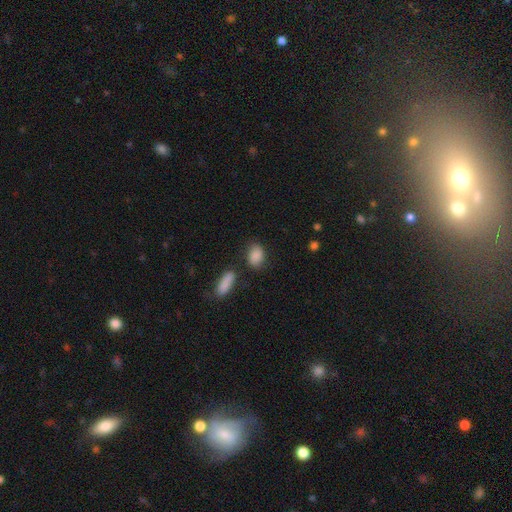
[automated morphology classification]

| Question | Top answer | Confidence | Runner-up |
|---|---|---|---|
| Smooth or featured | smooth | 88% | star or artifact (8%) |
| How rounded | in between | 79% | round (19%) |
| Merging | none | 73% | minor disturbance (14%) |